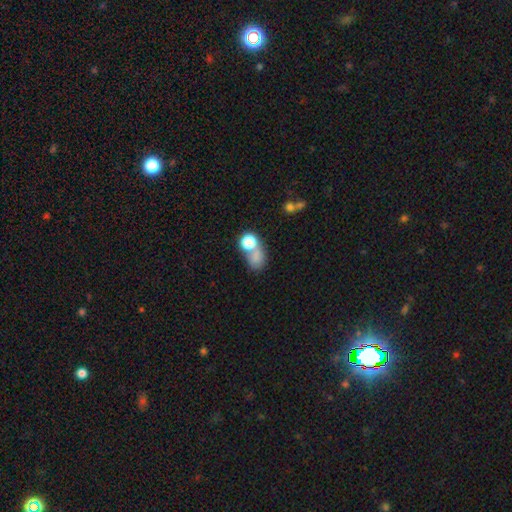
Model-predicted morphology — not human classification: smooth-or-featured: smooth: 68% | star or artifact: 19% | featured or disk: 13%
  how-rounded: in between: 54% | round: 44% | cigar-shaped: 2%
  merging: merger: 38% | none: 34% | major disturbance: 14% | minor disturbance: 14%